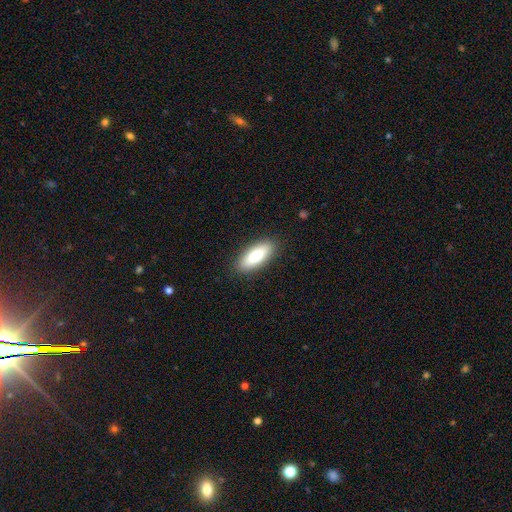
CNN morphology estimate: Smooth or featured? smooth (76%)
How rounded? in between (72%)
Merging? none (89%)